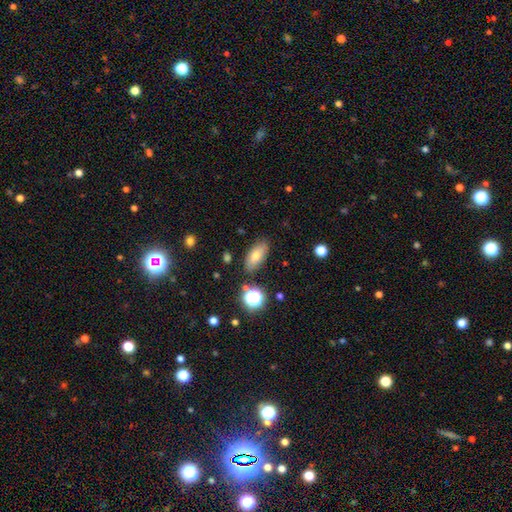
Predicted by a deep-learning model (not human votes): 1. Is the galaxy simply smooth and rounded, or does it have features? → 70% smooth, 18% featured or disk, 12% star or artifact.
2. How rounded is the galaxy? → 82% in between, 12% cigar-shaped, 6% round.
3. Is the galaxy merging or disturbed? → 85% none, 10% minor disturbance, 3% merger, 2% major disturbance.